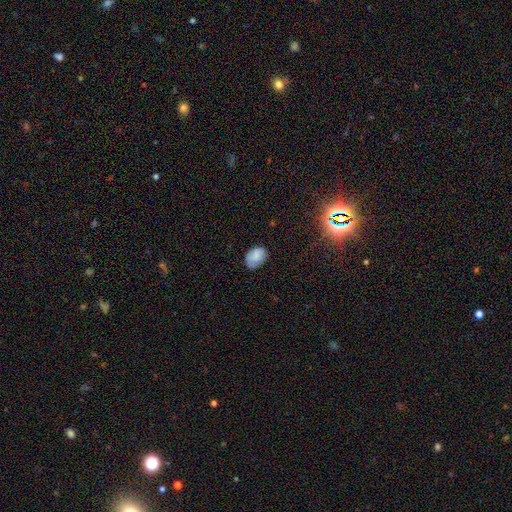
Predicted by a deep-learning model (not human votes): A smooth galaxy with no disk features (80%) that is in between round and cigar-shaped (79%). Merging: none (67%).